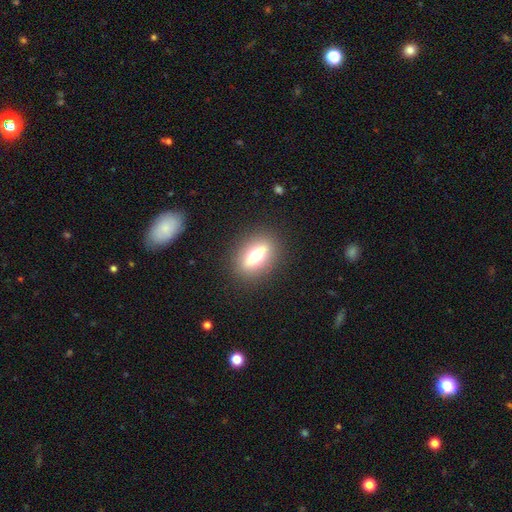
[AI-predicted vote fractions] smooth-or-featured: featured or disk: 51% | smooth: 39% | star or artifact: 10%
  disk-edge-on: yes: 69% | no: 31%
  merging: none: 88% | minor disturbance: 8% | major disturbance: 4% | merger: 1%